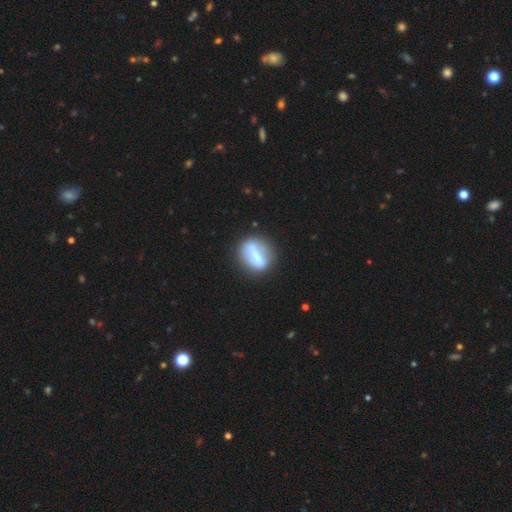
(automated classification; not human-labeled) Morphology: type=smooth (47%); merging=none (66%).